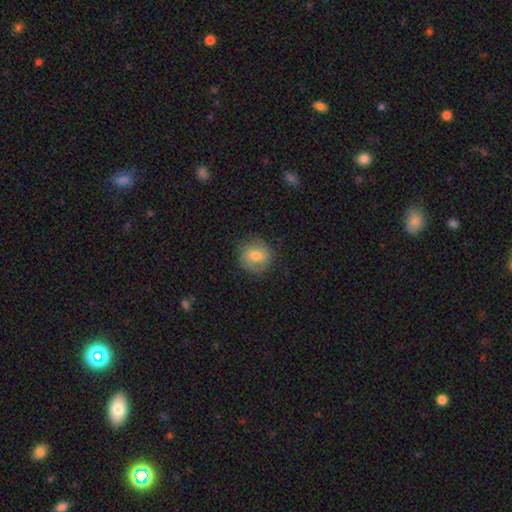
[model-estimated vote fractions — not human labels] smooth 67%, featured or disk 25%, star or artifact 9%. Down the decision tree: how rounded — round (82%); merging — none (83%).